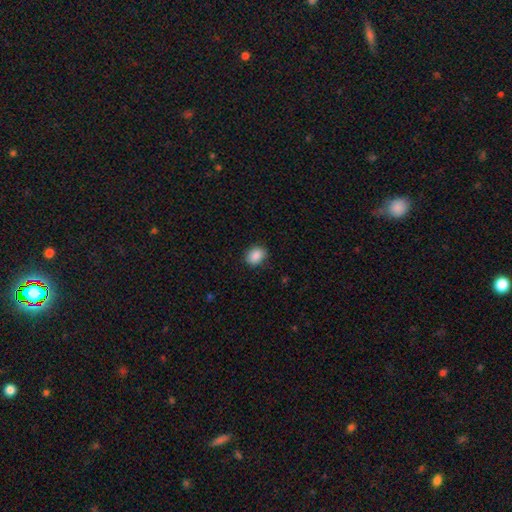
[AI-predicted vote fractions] smooth 89%, star or artifact 8%, featured or disk 3%. Down the decision tree: how rounded — in between (60%); merging — none (86%).